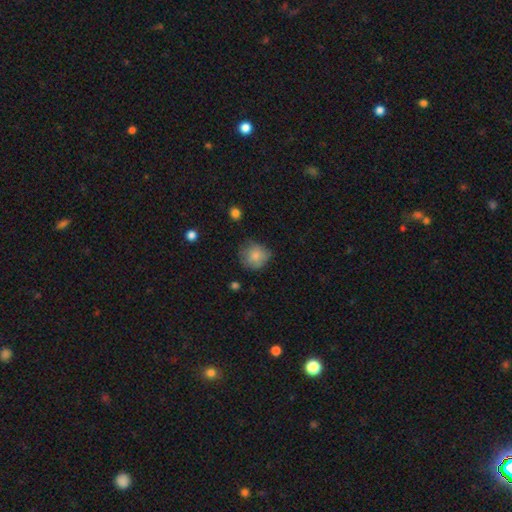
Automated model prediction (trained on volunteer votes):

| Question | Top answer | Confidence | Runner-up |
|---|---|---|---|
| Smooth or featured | smooth | 81% | featured or disk (10%) |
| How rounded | round | 86% | in between (13%) |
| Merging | none | 67% | minor disturbance (25%) |